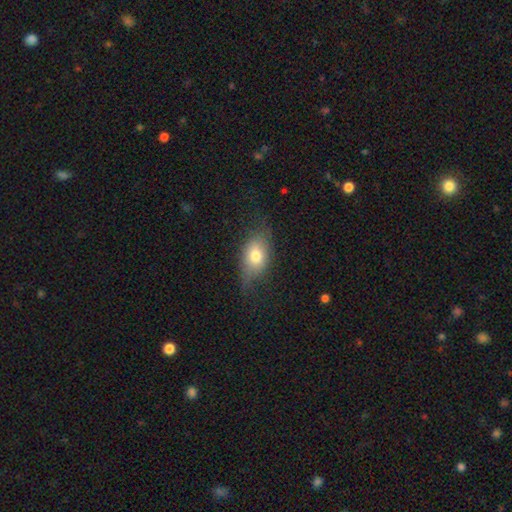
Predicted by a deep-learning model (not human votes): smooth-or-featured: smooth: 70% | featured or disk: 21% | star or artifact: 9%
  how-rounded: in between: 81% | round: 14% | cigar-shaped: 5%
  merging: none: 59% | minor disturbance: 27% | major disturbance: 12% | merger: 1%